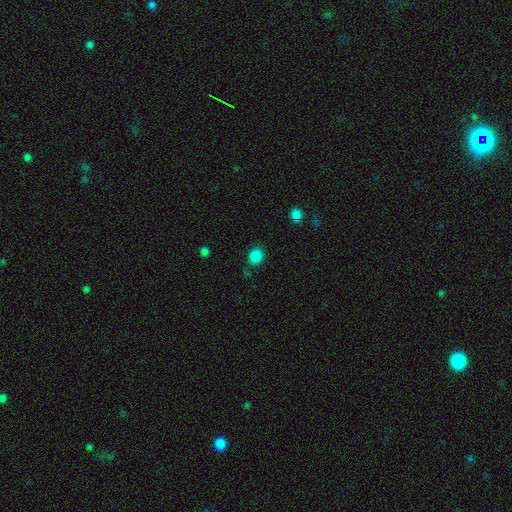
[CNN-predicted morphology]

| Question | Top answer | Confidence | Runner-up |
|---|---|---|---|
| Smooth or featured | smooth | 85% | star or artifact (12%) |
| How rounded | round | 58% | in between (42%) |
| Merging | none | 82% | minor disturbance (12%) |